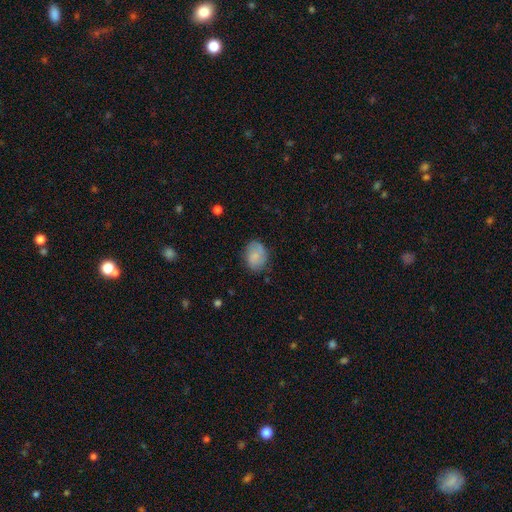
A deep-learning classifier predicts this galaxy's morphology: type=smooth (74%); roundness=in between (62%); merging=none (74%).